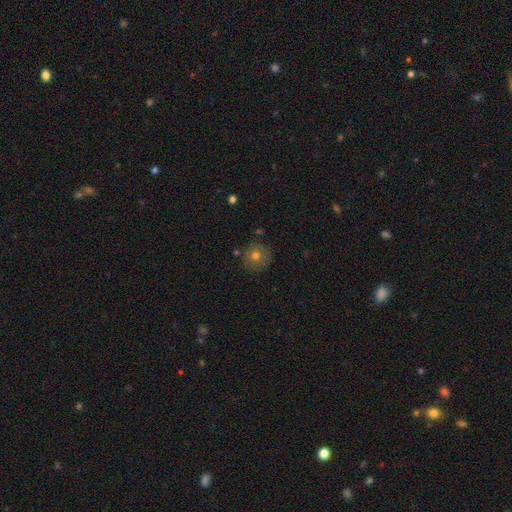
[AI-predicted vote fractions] smooth_or_featured: smooth (p=0.71) [alt: featured or disk p=0.17]
how_rounded: round (p=0.94) [alt: in between p=0.05]
merging: none (p=0.85) [alt: minor disturbance p=0.10]